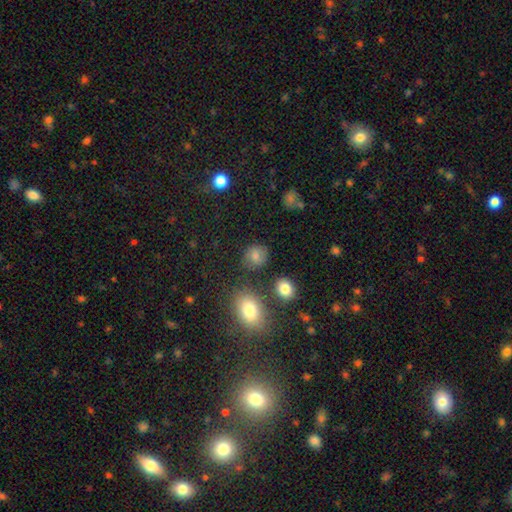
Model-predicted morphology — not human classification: Overall: smooth (80%). How rounded: round (69%; in between 30%). Merging: none (76%).